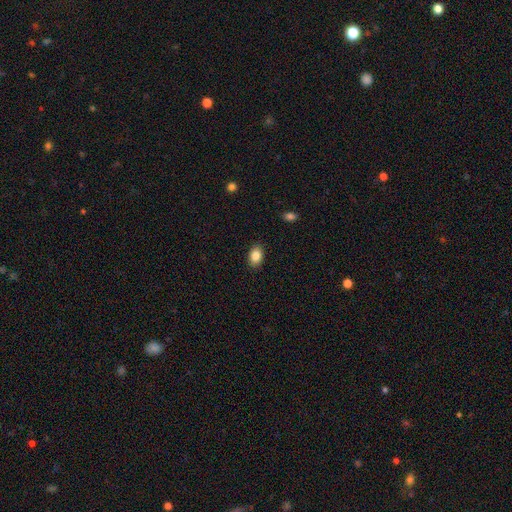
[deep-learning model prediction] Smooth or featured? Predicted: smooth (p=0.86). How rounded? Predicted: in between (p=0.84). Merging? Predicted: none (p=0.89).